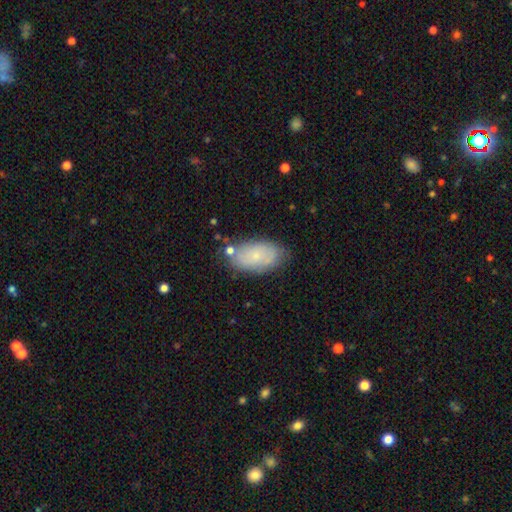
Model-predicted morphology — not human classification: A smooth galaxy with no disk features (65%) that is in between round and cigar-shaped (93%). Merging: none (70%).